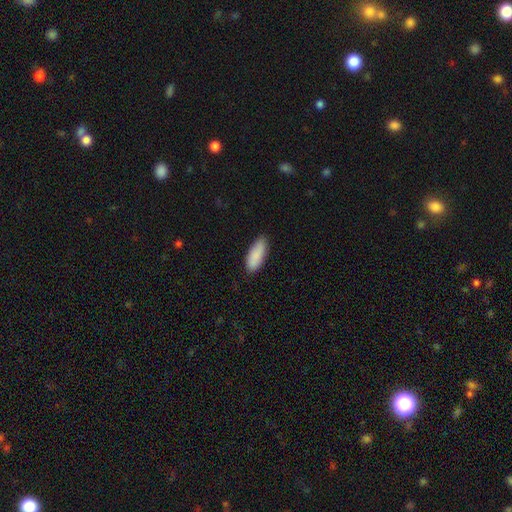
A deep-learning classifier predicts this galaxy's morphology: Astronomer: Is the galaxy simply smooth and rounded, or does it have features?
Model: smooth — 89%.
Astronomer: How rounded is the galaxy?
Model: in between — 75%.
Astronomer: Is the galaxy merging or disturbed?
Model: none — 84%.